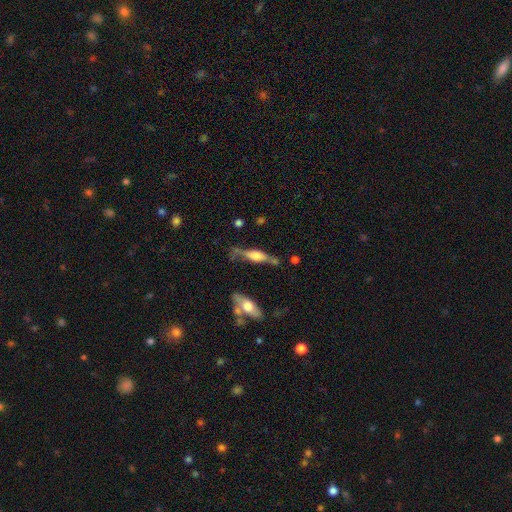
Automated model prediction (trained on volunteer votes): This is possibly a featured or disk galaxy (59%). It is clearly viewed edge-on (88%). Edge-on bulge: likely rounded (74%). Merging: possibly none (59%).